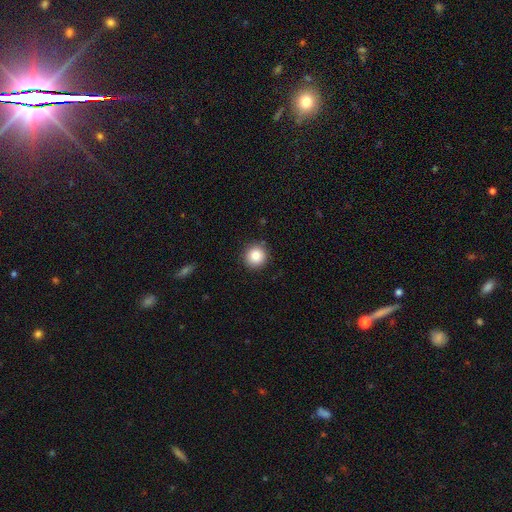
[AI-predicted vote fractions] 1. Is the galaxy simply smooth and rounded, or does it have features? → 86% smooth, 9% star or artifact, 4% featured or disk.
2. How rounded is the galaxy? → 93% round, 6% in between, 1% cigar-shaped.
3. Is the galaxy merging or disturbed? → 88% none, 8% minor disturbance, 2% major disturbance, 1% merger.